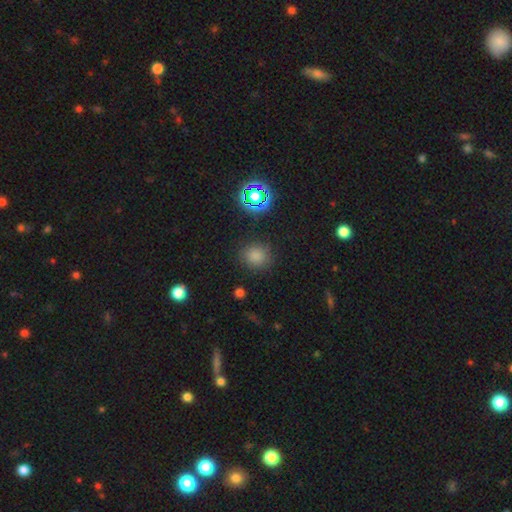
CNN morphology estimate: A smooth galaxy with no disk features (75%) that is round (86%).

Vote fractions:
- Smooth or featured? smooth: 75% / star or artifact: 19% / featured or disk: 6%
- How rounded? round: 86% / in between: 13% / cigar-shaped: 1%
- Merging? none: 85% / minor disturbance: 10% / major disturbance: 4% / merger: 2%